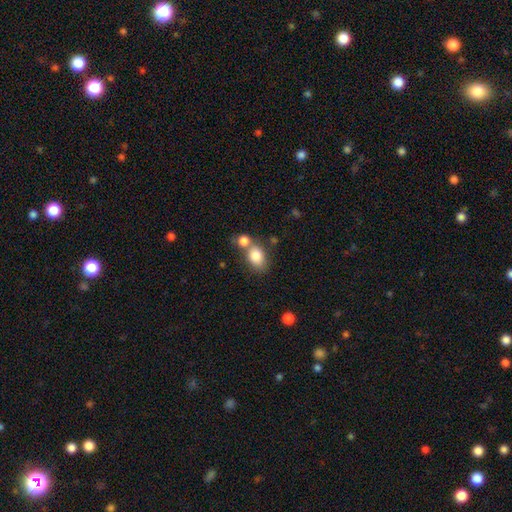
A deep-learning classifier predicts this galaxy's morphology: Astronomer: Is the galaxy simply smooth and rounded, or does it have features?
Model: smooth — 82%.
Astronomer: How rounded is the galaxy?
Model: in between — 69%.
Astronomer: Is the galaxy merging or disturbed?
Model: none — 46% (runner-up: merger, 37%).